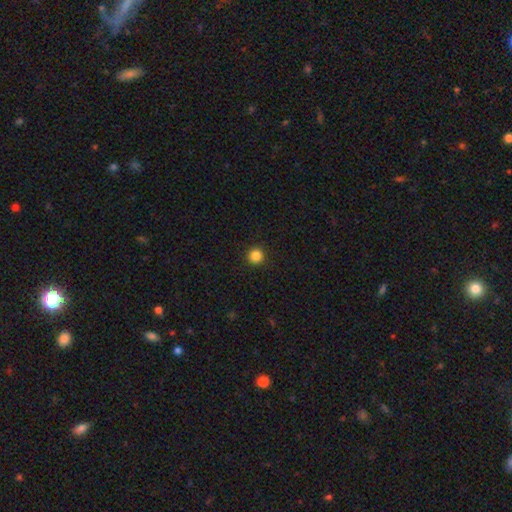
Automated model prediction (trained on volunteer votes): This appears to be a smooth galaxy with no disk features (85%) that is round (95%). Merging: none (93%).